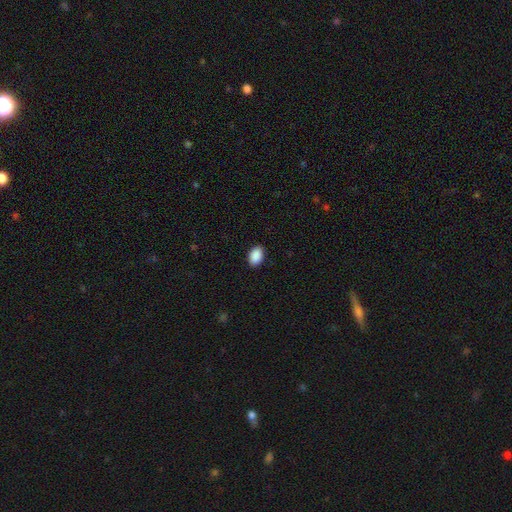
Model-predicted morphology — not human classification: A smooth galaxy with no disk features (91%) that is in between round and cigar-shaped (89%).

Vote fractions:
- Smooth or featured? smooth: 91% / star or artifact: 7% / featured or disk: 2%
- How rounded? in between: 89% / round: 10% / cigar-shaped: 1%
- Merging? none: 89% / minor disturbance: 8% / major disturbance: 2% / merger: 1%